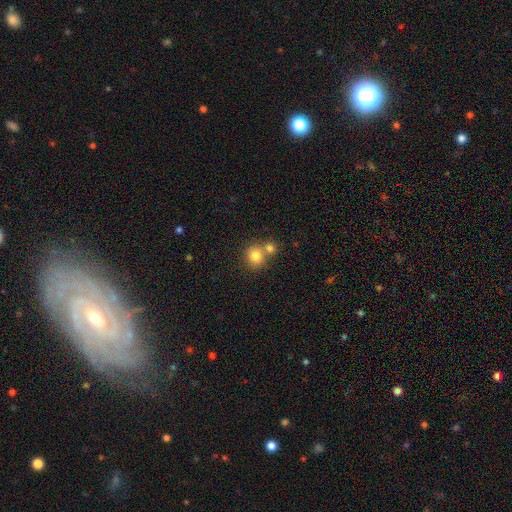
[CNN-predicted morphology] This is clearly a smooth galaxy (80%). How rounded: clearly round (85%). Merging: possibly none (51%).